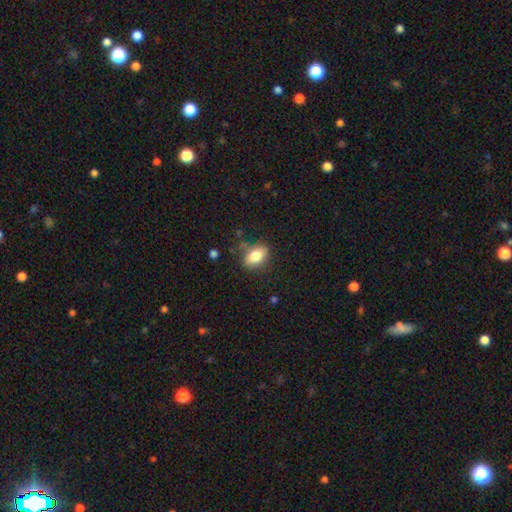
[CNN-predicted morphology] Overall: smooth (80%). How rounded: in between (83%). Merging: none (74%).